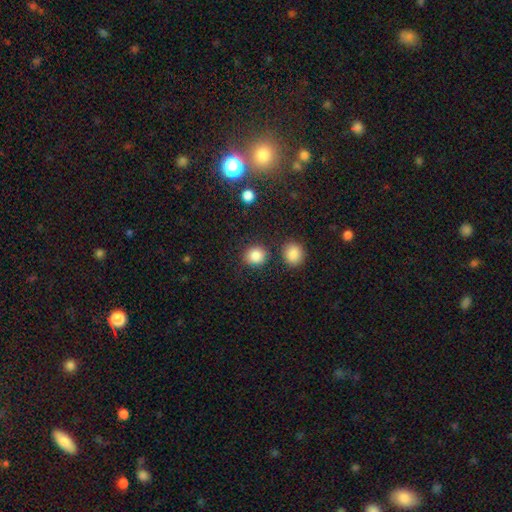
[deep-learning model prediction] Smooth or featured? smooth (86%)
How rounded? round (82%)
Merging? none (82%)